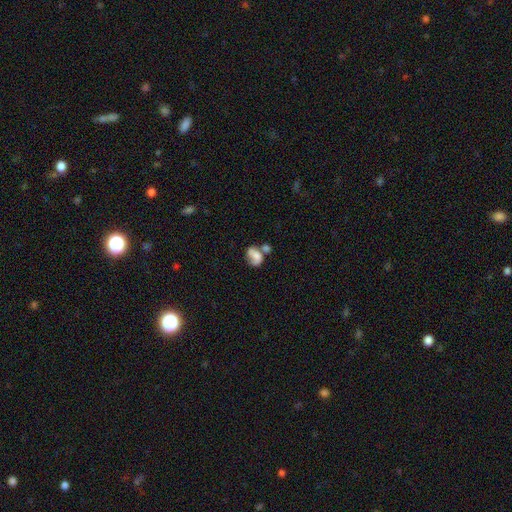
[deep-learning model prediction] Morphology: type=smooth (59%); roundness=in between (68%); merging=merger (42%).